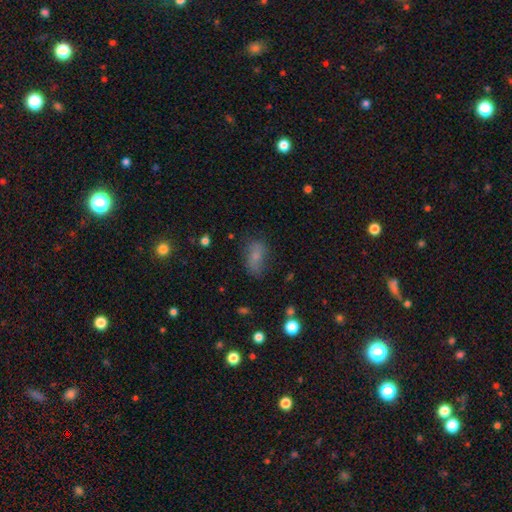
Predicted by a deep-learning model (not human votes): smooth 68%, featured or disk 19%, star or artifact 13%. Down the decision tree: how rounded — in between (85%); merging — none (63%).